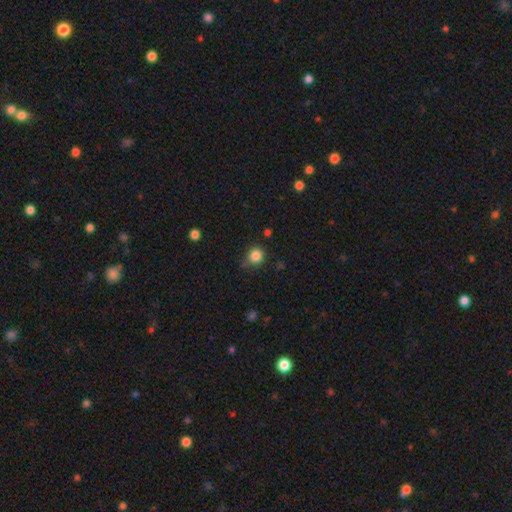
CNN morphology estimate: smooth_or_featured: smooth (p=0.84) [alt: star or artifact p=0.12]
how_rounded: round (p=0.89) [alt: in between p=0.10]
merging: none (p=0.78) [alt: minor disturbance p=0.16]